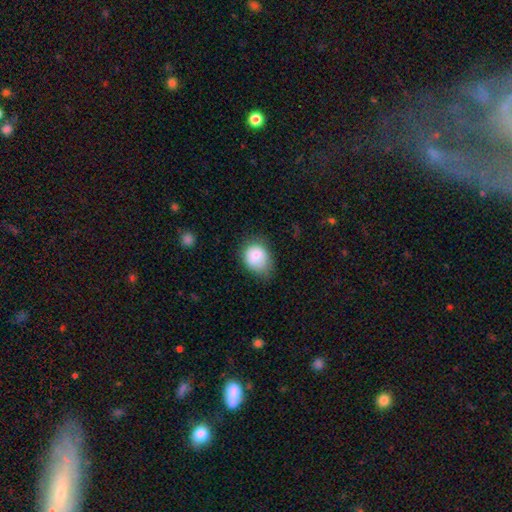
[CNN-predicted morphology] Smooth or featured?
  - smooth: 78% *
  - featured or disk: 13%
  - star or artifact: 8%
How rounded?
  - round: 51% *
  - in between: 48%
  - cigar-shaped: 1%
Merging?
  - none: 53% *
  - minor disturbance: 32%
  - major disturbance: 10%
  - merger: 4%